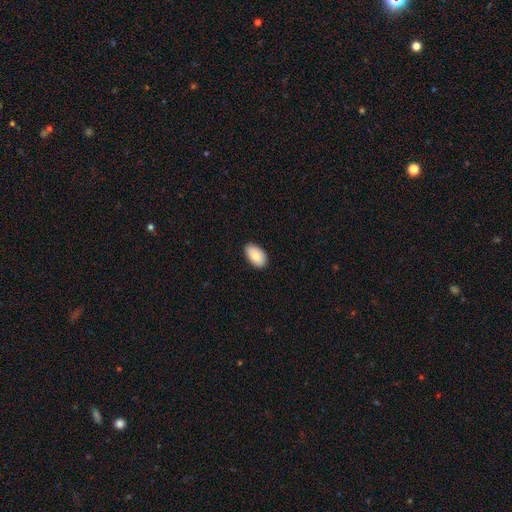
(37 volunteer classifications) This is clearly a smooth galaxy (81%). How rounded: clearly in between (97%). Merging: clearly none (85%).